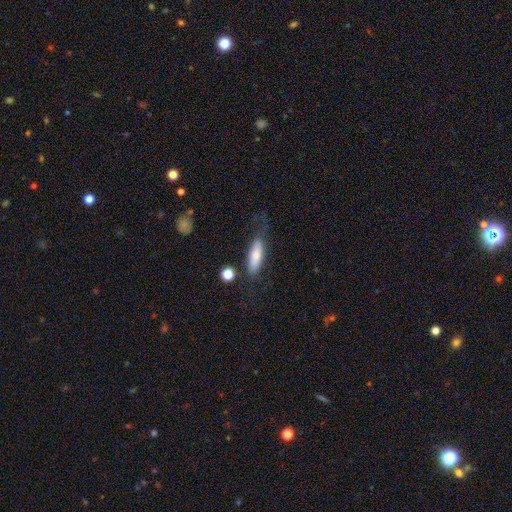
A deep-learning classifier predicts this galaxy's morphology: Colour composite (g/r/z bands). It shows a smooth galaxy with no disk features (71%) that is in between round and cigar-shaped (51%). Merging: none (60%).